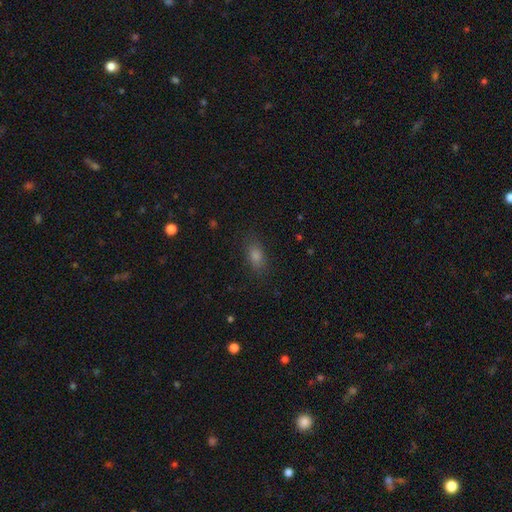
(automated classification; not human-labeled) The model was most divided on "smooth or featured": smooth: 71%, star or artifact: 19%, featured or disk: 10%. More confident: merging — none (85%); how rounded — in between (77%).